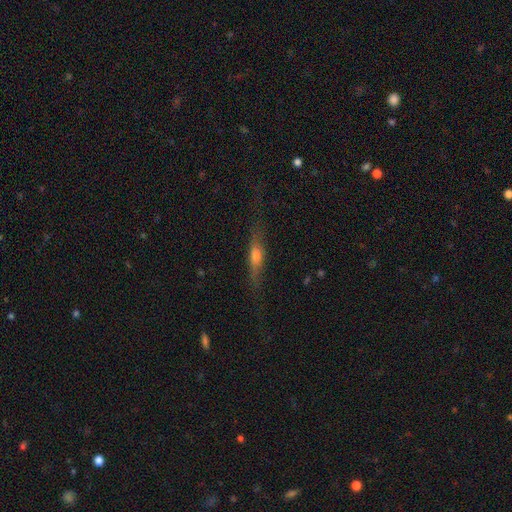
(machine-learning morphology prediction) Smooth or featured: featured or disk — 53% (smooth — 38%)
Edge-on disk: yes — 89% (no — 11%)
Merging: none — 73% (minor disturbance — 18%)